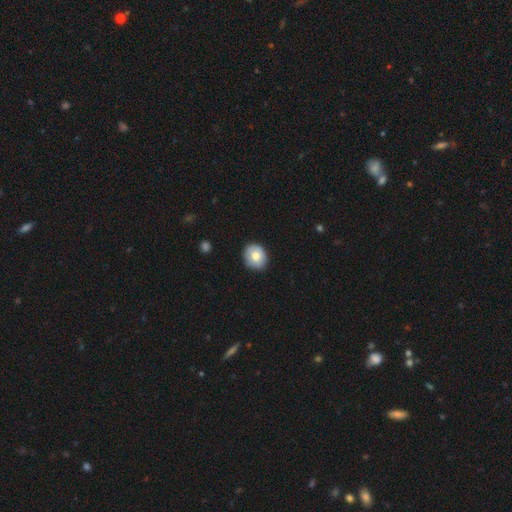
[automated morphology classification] This is likely a smooth galaxy (75%). How rounded: likely round (68%). Merging: clearly none (86%).